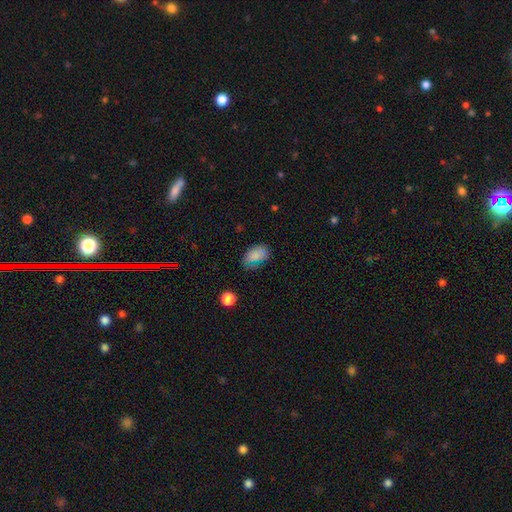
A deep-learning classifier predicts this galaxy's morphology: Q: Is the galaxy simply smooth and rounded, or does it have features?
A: smooth — 78%.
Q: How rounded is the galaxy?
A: in between — 87%.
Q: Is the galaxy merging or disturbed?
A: none — 54%.